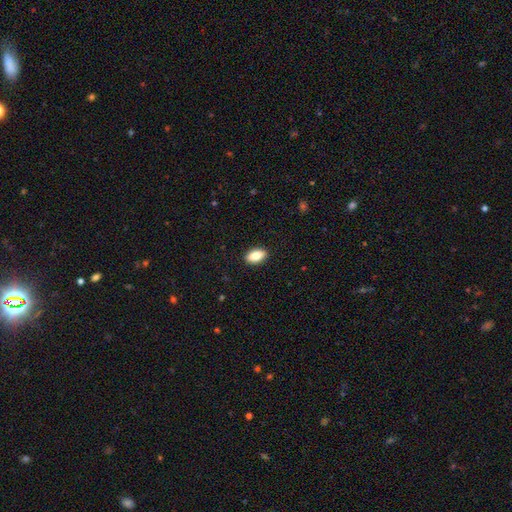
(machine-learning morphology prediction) Smooth or featured? Predicted: smooth (p=0.81). How rounded? Predicted: in between (p=0.90). Merging? Predicted: none (p=0.90).